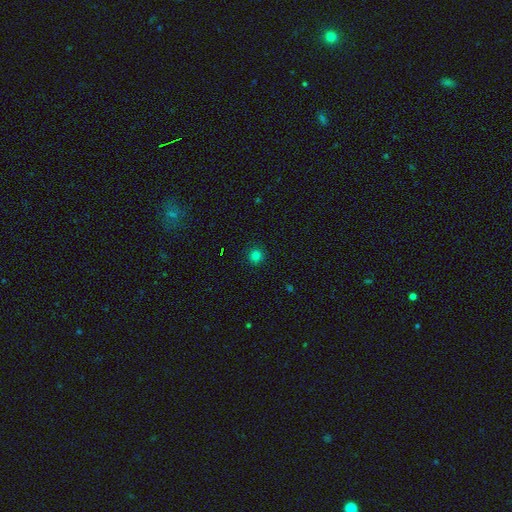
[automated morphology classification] smooth 80%, star or artifact 16%, featured or disk 4%. Down the decision tree: how rounded — round (94%); merging — none (92%).